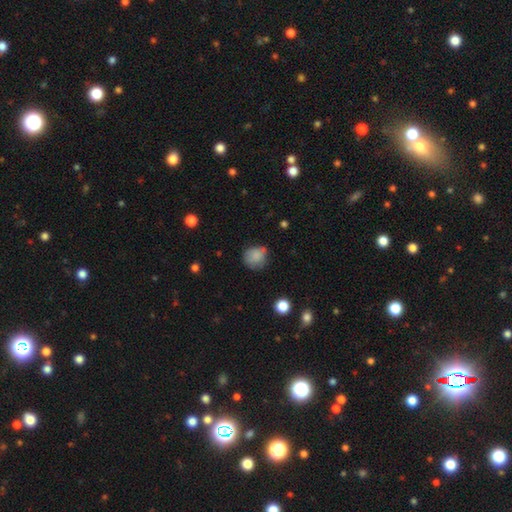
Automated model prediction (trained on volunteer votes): Overall: smooth (83%). How rounded: round (80%). Merging: none (60%; minor disturbance 29%).